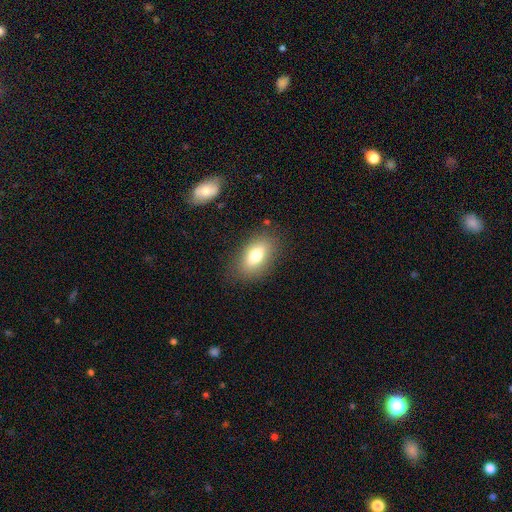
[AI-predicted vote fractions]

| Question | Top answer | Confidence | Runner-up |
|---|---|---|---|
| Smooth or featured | smooth | 76% | featured or disk (15%) |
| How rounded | in between | 89% | round (8%) |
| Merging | none | 82% | minor disturbance (13%) |